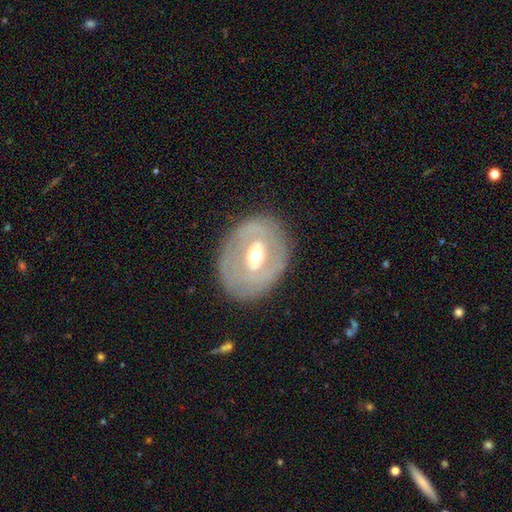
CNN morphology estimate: A featured or disk galaxy (68%) with a weak bar (43%), no spiral arms (65%) and a moderate central bulge (70%).

Vote fractions:
- Smooth or featured? featured or disk: 68% / smooth: 26% / star or artifact: 6%
- Edge-on disk? no: 93% / yes: 7%
- Bar? weak: 43% / no: 30% / strong: 26%
- Spiral arms? no: 65% / yes: 35%
- Bulge size? moderate: 70% / small: 20% / large: 8% / dominant: 1% / none: 1%
- Merging? none: 80% / minor disturbance: 13% / major disturbance: 6% / merger: 1%